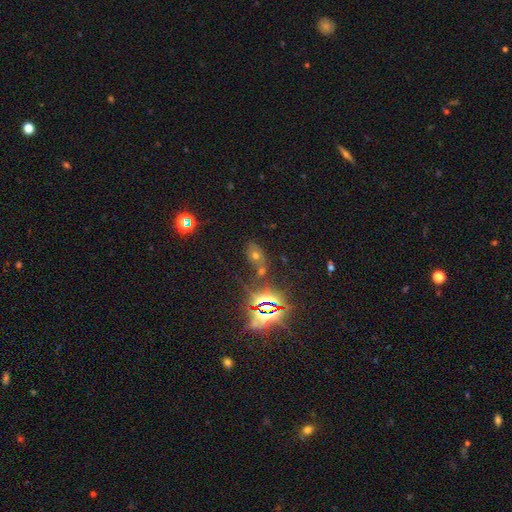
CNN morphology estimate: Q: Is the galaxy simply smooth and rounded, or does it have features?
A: star or artifact — 53%.